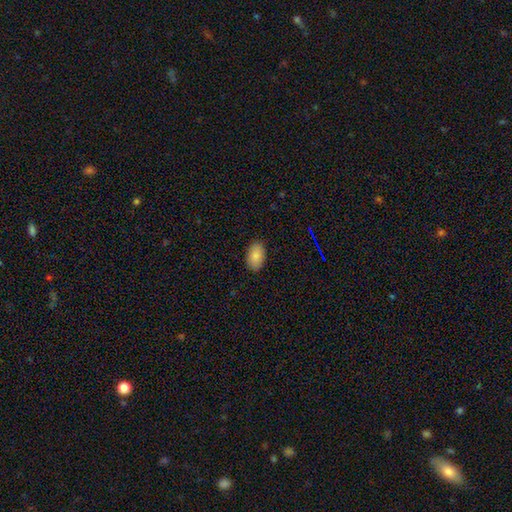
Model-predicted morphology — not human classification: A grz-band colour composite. It shows a smooth galaxy with no disk features (87%) that is in between round and cigar-shaped (92%). Merging: none (88%).